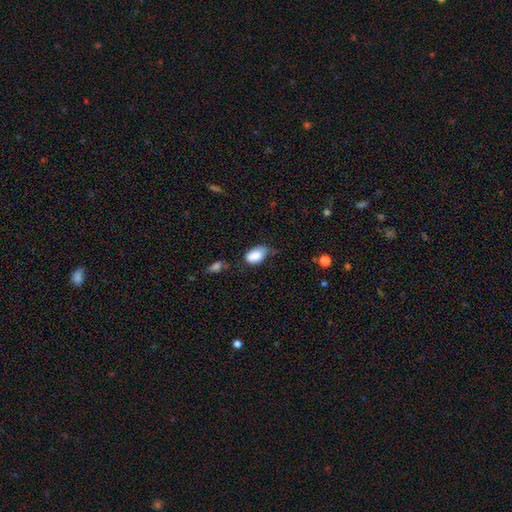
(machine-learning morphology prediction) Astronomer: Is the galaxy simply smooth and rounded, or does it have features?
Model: smooth — 82%.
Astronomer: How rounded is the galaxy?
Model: in between — 91%.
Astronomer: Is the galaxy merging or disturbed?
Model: none — 47% (runner-up: minor disturbance, 37%).